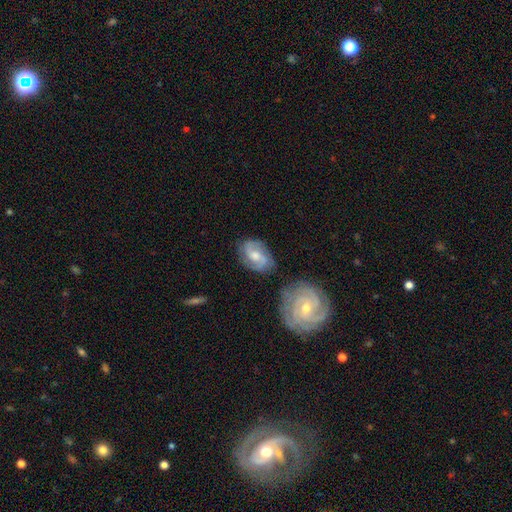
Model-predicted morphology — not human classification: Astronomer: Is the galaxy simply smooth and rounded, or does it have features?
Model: featured or disk — 76%.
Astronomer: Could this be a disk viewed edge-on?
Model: no — 97%.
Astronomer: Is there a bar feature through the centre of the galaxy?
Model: no — 46% (runner-up: weak, 45%).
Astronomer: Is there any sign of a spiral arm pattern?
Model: yes — 95%.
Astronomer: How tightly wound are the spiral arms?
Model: medium — 49% (runner-up: loose, 26%).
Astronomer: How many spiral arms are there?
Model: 2 — 78%.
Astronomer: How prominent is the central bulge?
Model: moderate — 61%.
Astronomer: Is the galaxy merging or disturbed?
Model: none — 71%.